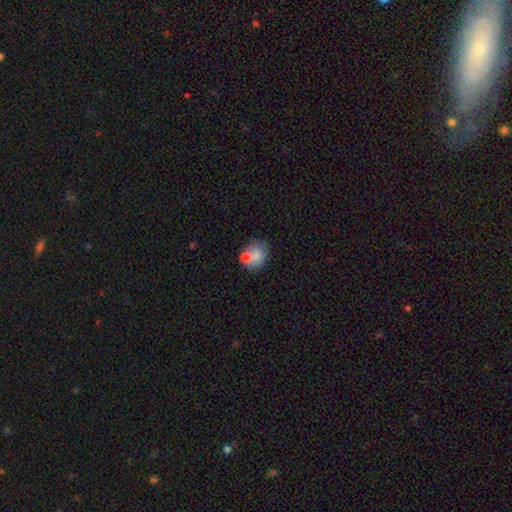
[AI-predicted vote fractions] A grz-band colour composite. It shows a smooth galaxy with no disk features (73%) that is round (61%). Merging: none (51%).